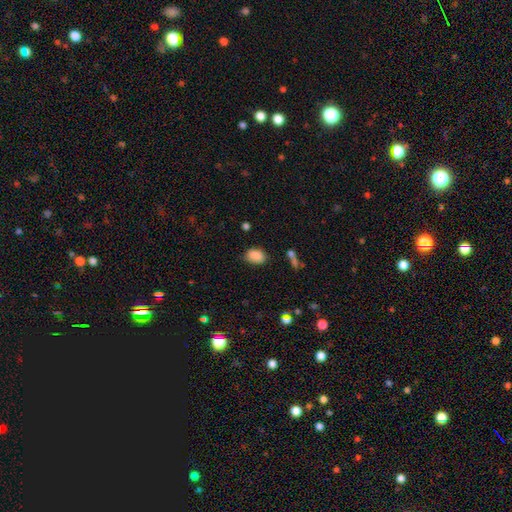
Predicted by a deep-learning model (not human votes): Smooth or featured? Predicted: smooth (p=0.87). How rounded? Predicted: in between (p=0.79). Merging? Predicted: none (p=0.73).